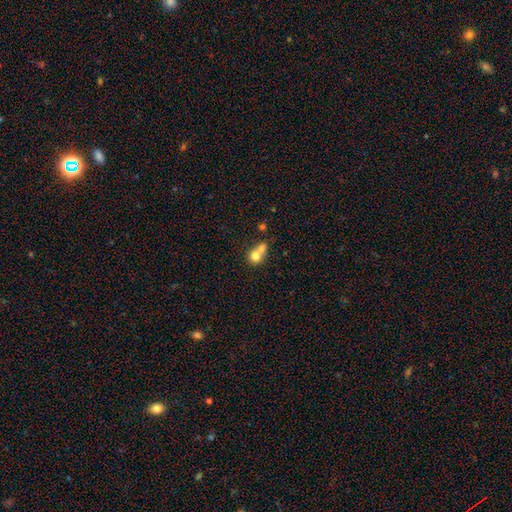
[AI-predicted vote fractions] Smooth or featured: smooth — 74% (featured or disk — 16%)
How rounded: round — 81% (in between — 18%)
Merging: merger — 61% (none — 31%)